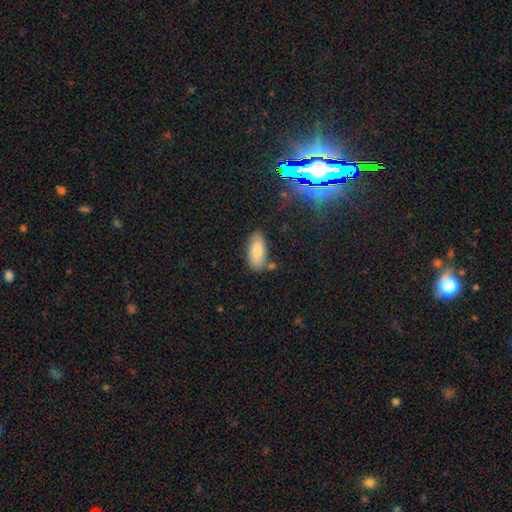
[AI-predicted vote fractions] Morphology: type=smooth (81%); roundness=in between (90%); merging=none (73%).